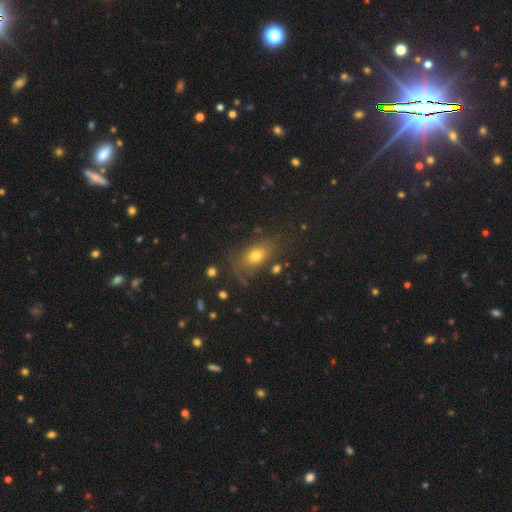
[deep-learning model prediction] Smooth or featured? Predicted: smooth (p=0.68). How rounded? Predicted: in between (p=0.78). Merging? Predicted: none (p=0.68).